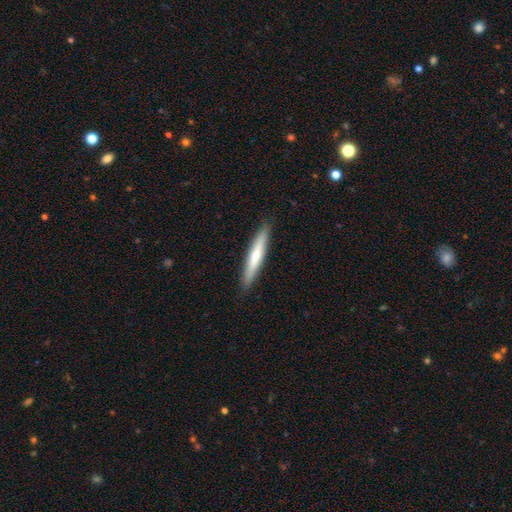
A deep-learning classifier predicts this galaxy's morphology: Smooth or featured? smooth (55%)
How rounded? cigar-shaped (92%)
Merging? none (90%)